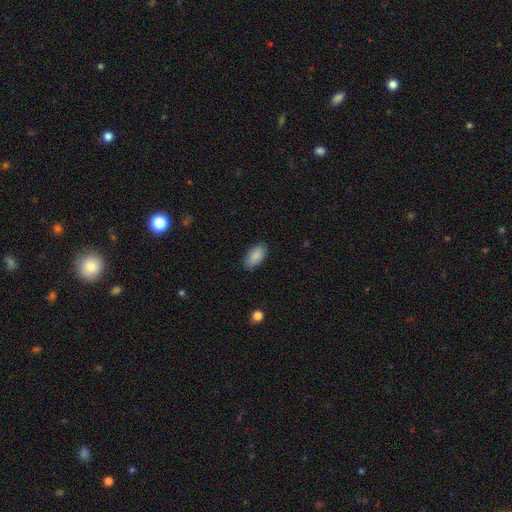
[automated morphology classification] type=smooth (88%); roundness=in between (94%); merging=none (83%).